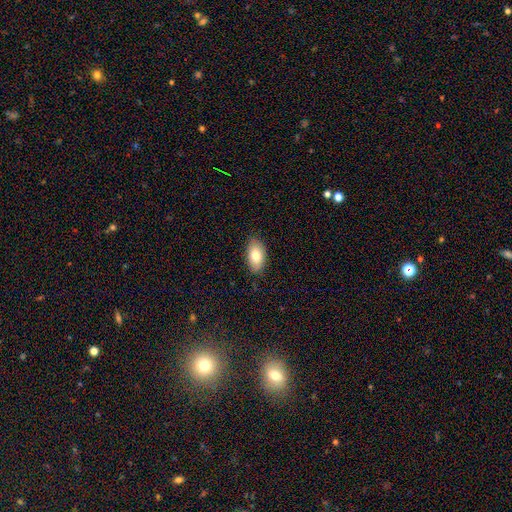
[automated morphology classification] A smooth galaxy with no disk features (79%) that is in between round and cigar-shaped (93%). Merging: none (84%).